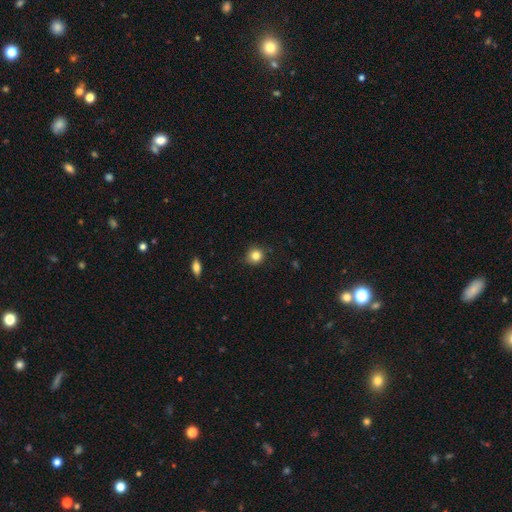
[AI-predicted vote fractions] Overall: smooth (83%). How rounded: round (87%). Merging: none (86%).